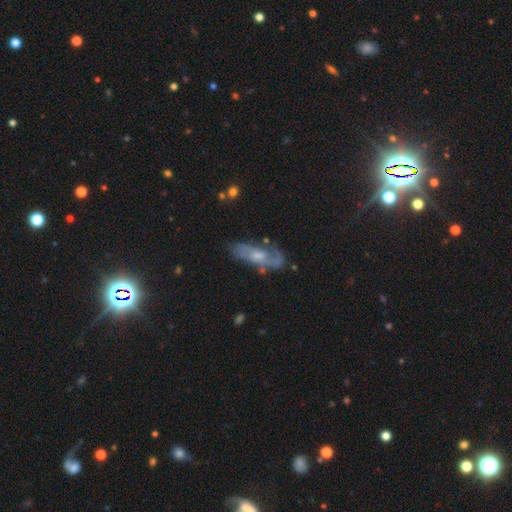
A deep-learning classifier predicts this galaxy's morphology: A featured or disk galaxy (61%).

Vote fractions:
- Smooth or featured? featured or disk: 61% / smooth: 25% / star or artifact: 14%
- Edge-on disk? no: 80% / yes: 20%
- Merging? none: 61% / minor disturbance: 22% / major disturbance: 13% / merger: 4%